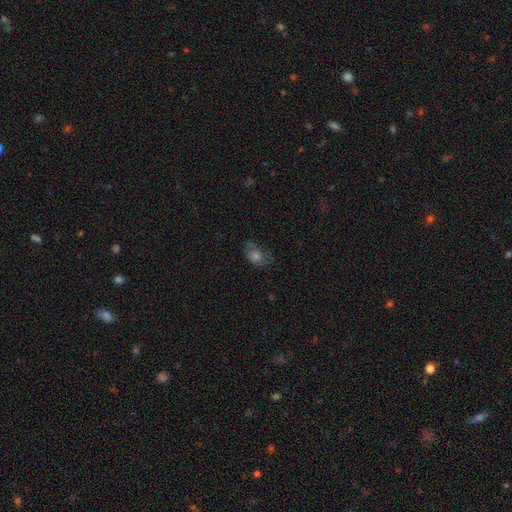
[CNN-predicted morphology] This is likely a smooth galaxy (62%). How rounded: likely in between (64%). Merging: possibly none (59%).